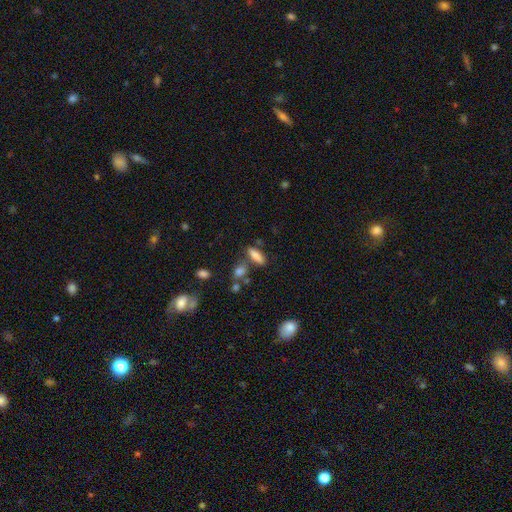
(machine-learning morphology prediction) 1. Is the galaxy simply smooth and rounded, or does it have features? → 81% smooth, 10% featured or disk, 9% star or artifact.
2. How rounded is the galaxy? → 57% in between, 40% cigar-shaped, 3% round.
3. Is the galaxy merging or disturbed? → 67% none, 14% minor disturbance, 14% merger, 5% major disturbance.